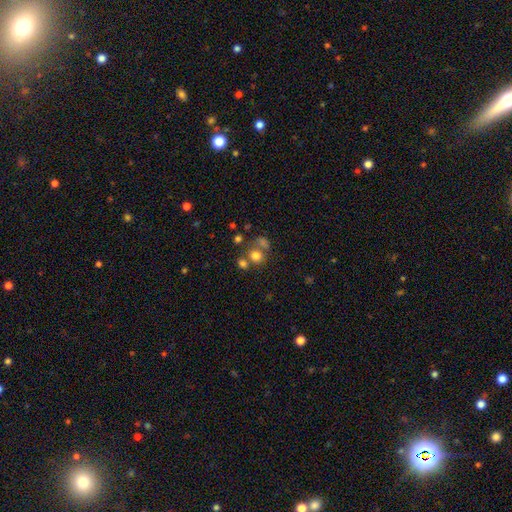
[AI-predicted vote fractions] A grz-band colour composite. It shows a smooth galaxy with no disk features (73%) that is round (73%). Merging: none (49%).